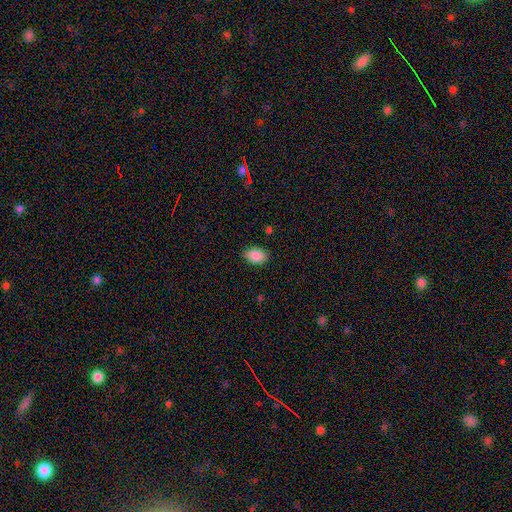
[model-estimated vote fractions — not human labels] smooth_or_featured: smooth (p=0.89) [alt: star or artifact p=0.07]
how_rounded: in between (p=0.83) [alt: round p=0.16]
merging: none (p=0.83) [alt: minor disturbance p=0.13]